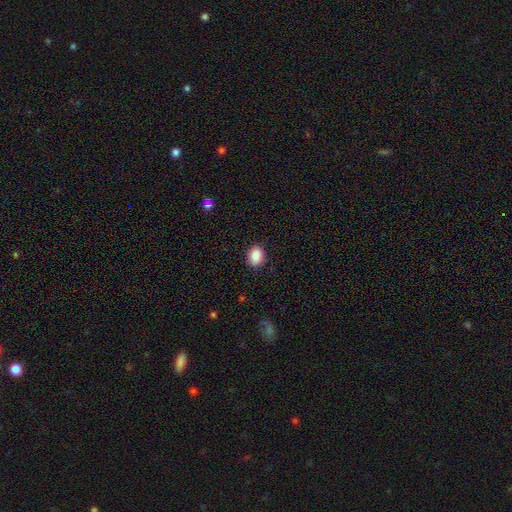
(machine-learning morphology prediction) The model was most divided on "how rounded": in between: 62%, round: 37%, cigar-shaped: 1%. More confident: smooth or featured — smooth (89%); merging — none (88%).